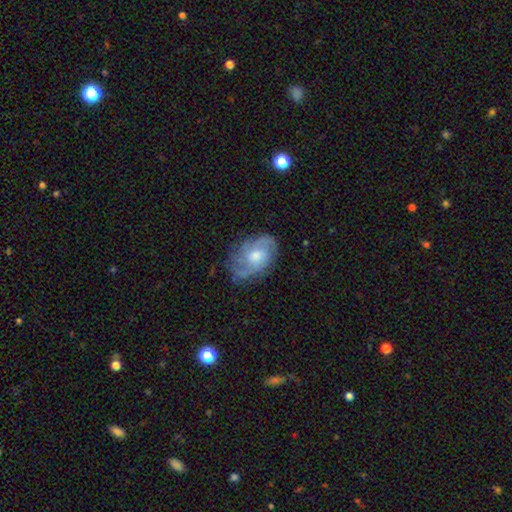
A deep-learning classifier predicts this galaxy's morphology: featured or disk 73%, smooth 21%, star or artifact 7%. Down the decision tree: edge-on disk — no (96%); bar — no (69%); spiral arms — yes (90%); spiral arm count — can't tell (32%, tied with 2); spiral winding — tight (44%); bulge size — moderate (63%); merging — none (68%).